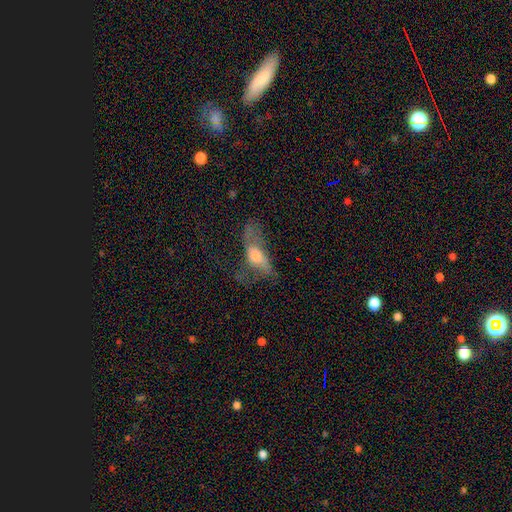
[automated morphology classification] smooth-or-featured: featured or disk: 46% | smooth: 42% | star or artifact: 11%
  merging: major disturbance: 41% | none: 33% | minor disturbance: 22% | merger: 4%